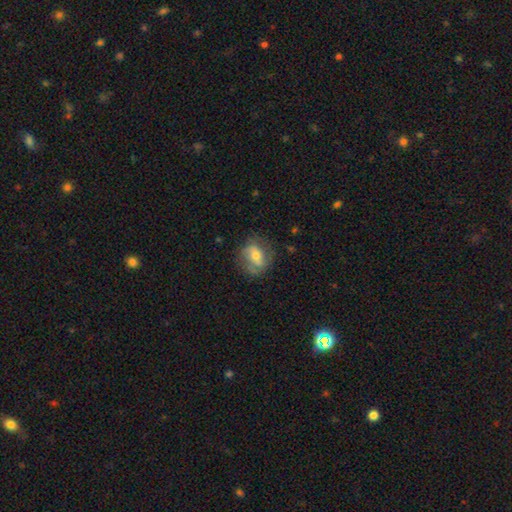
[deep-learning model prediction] Q: Smooth or featured?
A: featured or disk (47%); runner-up: smooth (44%)
Q: Merging?
A: none (67%); runner-up: minor disturbance (21%)